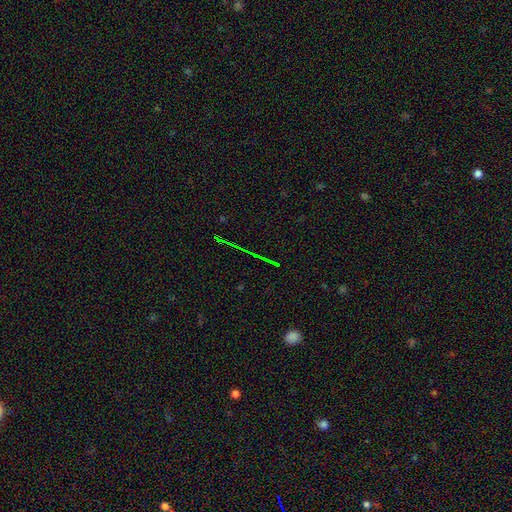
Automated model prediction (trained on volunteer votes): smooth_or_featured: star or artifact (p=0.78) [alt: featured or disk p=0.13]